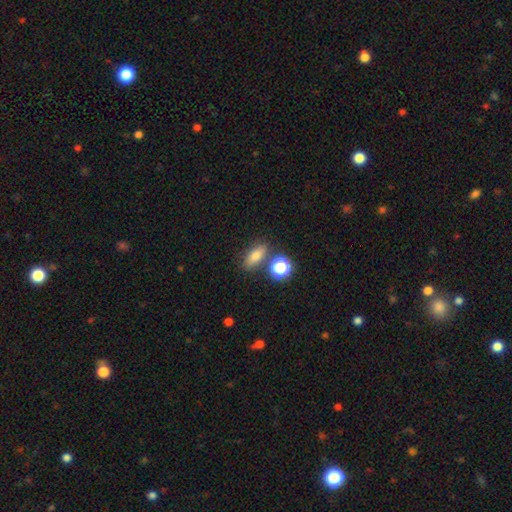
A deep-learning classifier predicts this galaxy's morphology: Overall: smooth (75%). How rounded: in between (69%). Merging: none (74%).